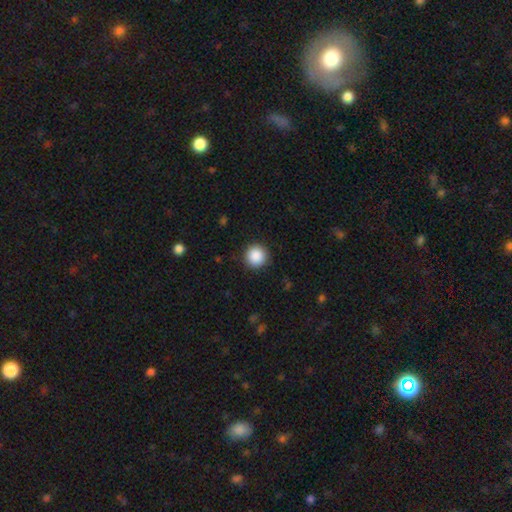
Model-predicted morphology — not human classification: smooth 88%, star or artifact 9%, featured or disk 3%. Down the decision tree: how rounded — round (95%); merging — none (91%).